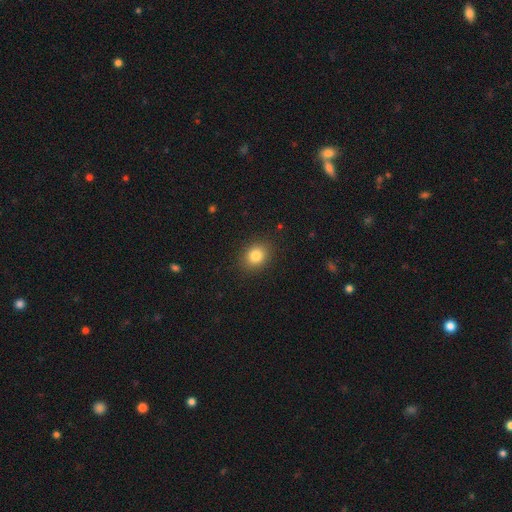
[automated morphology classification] This appears to be a smooth galaxy with no disk features (82%) that is round (55%). Merging: none (88%).